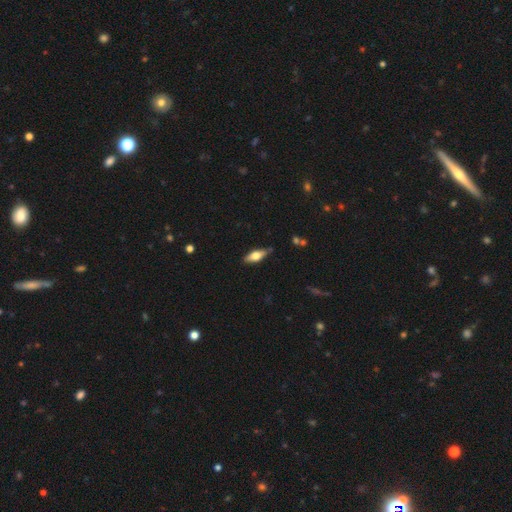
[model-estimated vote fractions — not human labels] A smooth galaxy with no disk features (57%) that is in between round and cigar-shaped (66%). Merging: none (78%).